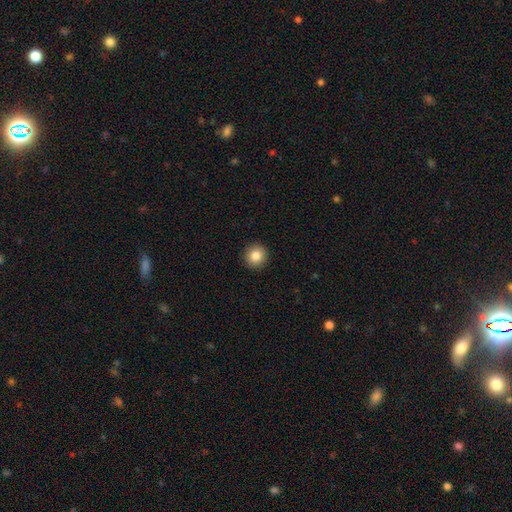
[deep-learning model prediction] Smooth or featured? Predicted: smooth (p=0.84). How rounded? Predicted: round (p=0.94). Merging? Predicted: none (p=0.93).